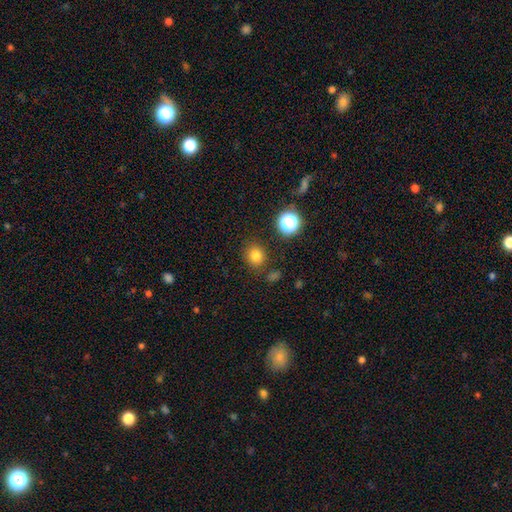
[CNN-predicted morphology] Smooth or featured?
  - smooth: 79% *
  - star or artifact: 15%
  - featured or disk: 6%
How rounded?
  - round: 79% *
  - in between: 20%
  - cigar-shaped: 1%
Merging?
  - none: 83% *
  - minor disturbance: 10%
  - merger: 4%
  - major disturbance: 3%